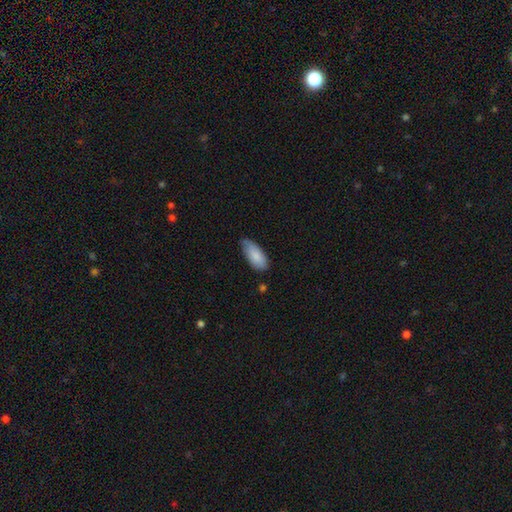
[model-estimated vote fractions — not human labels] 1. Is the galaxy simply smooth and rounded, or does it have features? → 85% smooth, 9% featured or disk, 6% star or artifact.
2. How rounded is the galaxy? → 88% in between, 10% cigar-shaped, 2% round.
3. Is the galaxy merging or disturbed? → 58% none, 35% minor disturbance, 5% major disturbance, 2% merger.